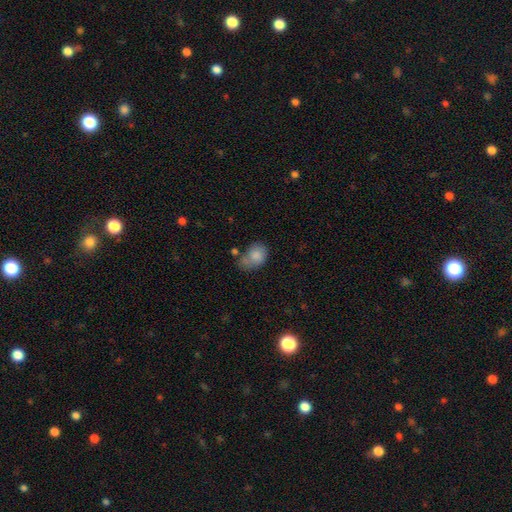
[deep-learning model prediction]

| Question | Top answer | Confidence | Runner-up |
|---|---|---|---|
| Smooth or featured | smooth | 82% | featured or disk (10%) |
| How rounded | in between | 69% | round (30%) |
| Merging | none | 35% | minor disturbance (28%) |